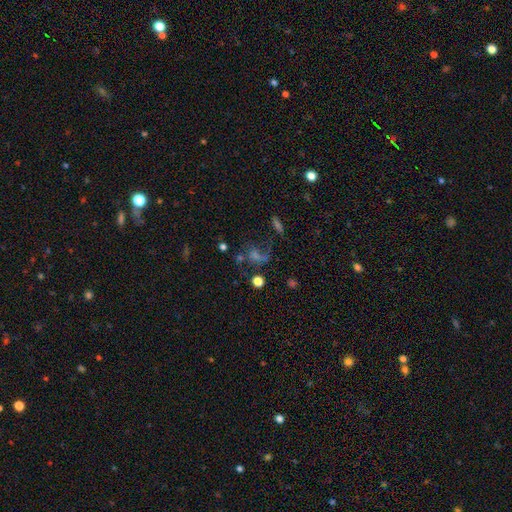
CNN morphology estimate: Smooth or featured? star or artifact (37%)